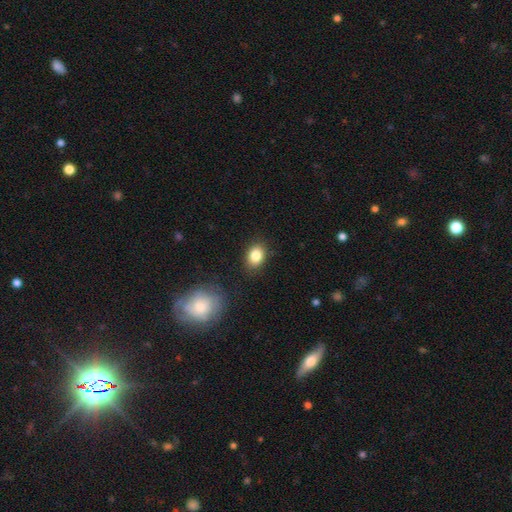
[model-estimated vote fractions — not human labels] A smooth galaxy with no disk features (84%) that is in between round and cigar-shaped (67%). Merging: none (86%).